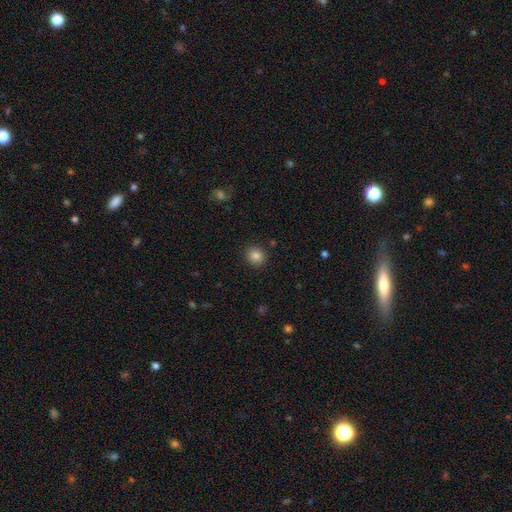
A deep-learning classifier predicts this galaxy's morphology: Overall: smooth (84%). How rounded: round (83%). Merging: none (90%).